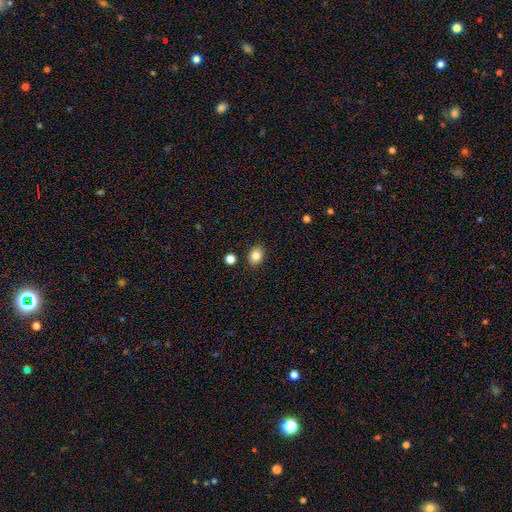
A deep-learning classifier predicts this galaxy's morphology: Smooth or featured? smooth (85%)
How rounded? in between (66%)
Merging? none (86%)